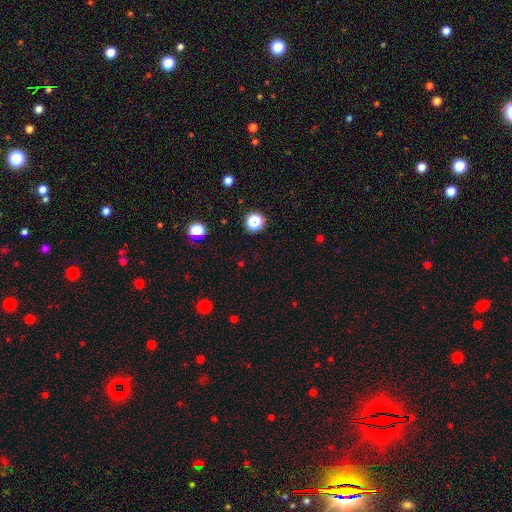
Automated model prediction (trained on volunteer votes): Smooth or featured: star or artifact — 59% (smooth — 35%)